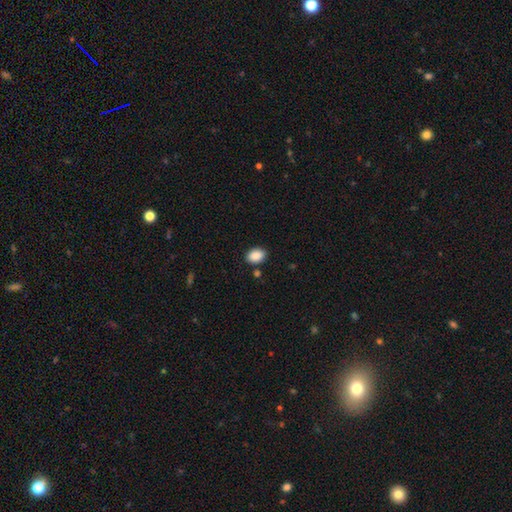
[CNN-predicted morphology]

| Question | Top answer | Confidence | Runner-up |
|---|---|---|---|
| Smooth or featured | smooth | 89% | star or artifact (8%) |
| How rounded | in between | 75% | round (24%) |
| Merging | none | 85% | minor disturbance (10%) |